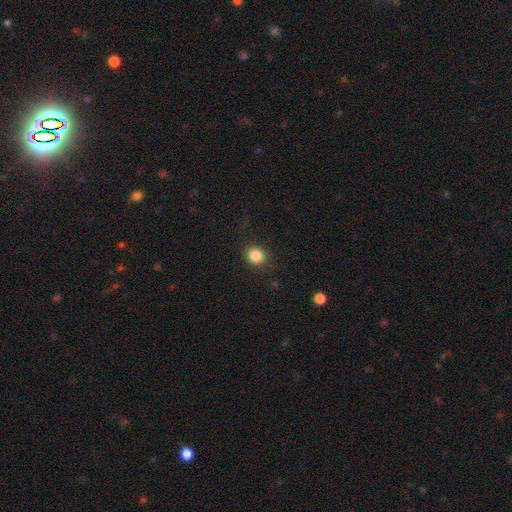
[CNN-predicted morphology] Overall: smooth (85%). How rounded: round (81%). Merging: none (86%).